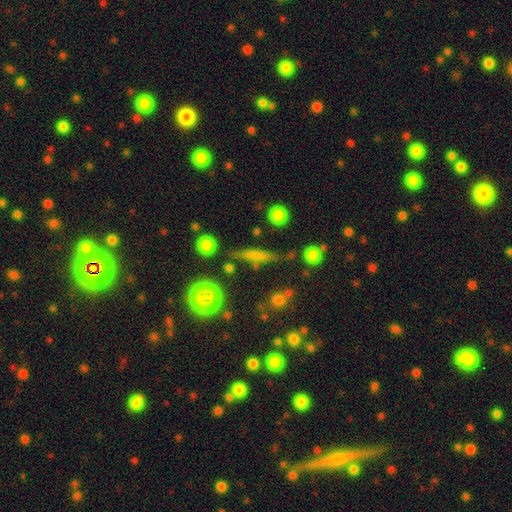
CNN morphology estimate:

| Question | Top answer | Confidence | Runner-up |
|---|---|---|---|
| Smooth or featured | smooth | 57% | featured or disk (30%) |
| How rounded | cigar-shaped | 78% | in between (14%) |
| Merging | none | 77% | minor disturbance (13%) |